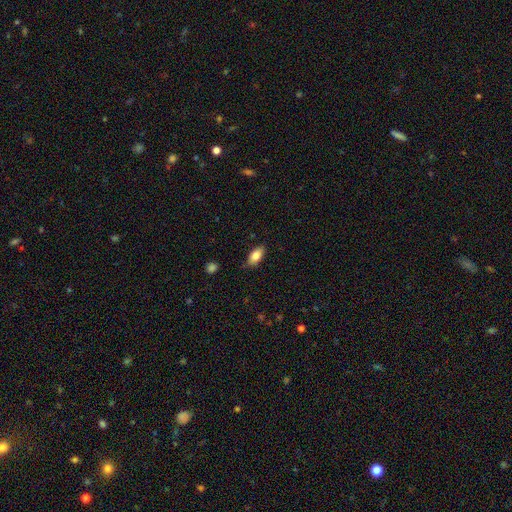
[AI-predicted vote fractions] Smooth or featured?
  - smooth: 82% *
  - featured or disk: 11%
  - star or artifact: 7%
How rounded?
  - in between: 90% *
  - cigar-shaped: 7%
  - round: 3%
Merging?
  - none: 84% *
  - minor disturbance: 12%
  - major disturbance: 2%
  - merger: 1%